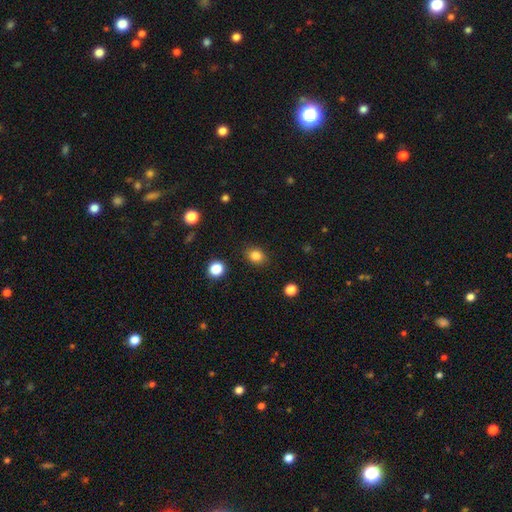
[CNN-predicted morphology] A smooth galaxy with no disk features (83%) that is round (51%).

Vote fractions:
- Smooth or featured? smooth: 83% / star or artifact: 11% / featured or disk: 5%
- How rounded? round: 51% / in between: 48% / cigar-shaped: 1%
- Merging? none: 88% / minor disturbance: 8% / major disturbance: 2% / merger: 1%